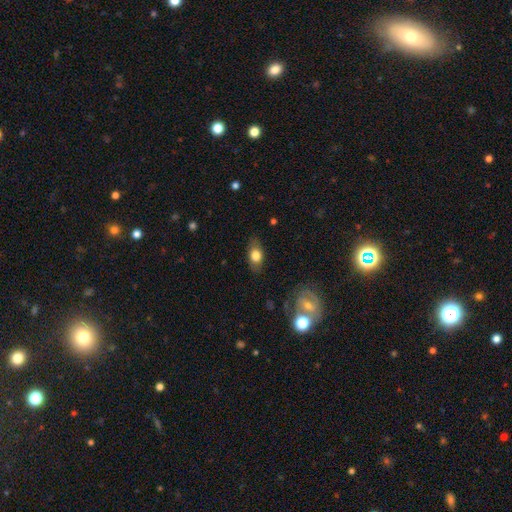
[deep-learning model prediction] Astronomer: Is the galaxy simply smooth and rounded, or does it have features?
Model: smooth — 73%.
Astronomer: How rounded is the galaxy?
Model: in between — 82%.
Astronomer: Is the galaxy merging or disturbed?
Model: none — 80%.